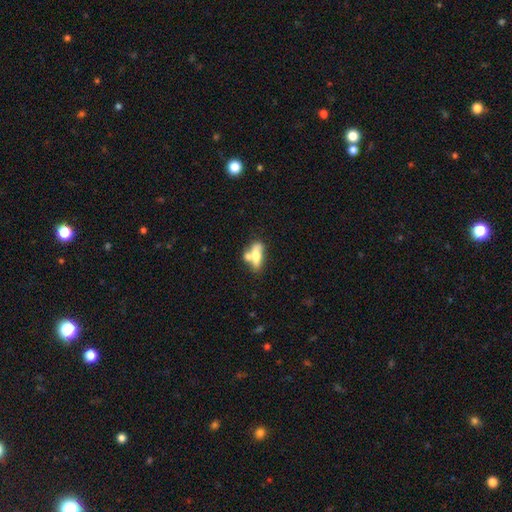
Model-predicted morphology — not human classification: type=smooth (55%); roundness=in between (67%); merging=merger (45%).